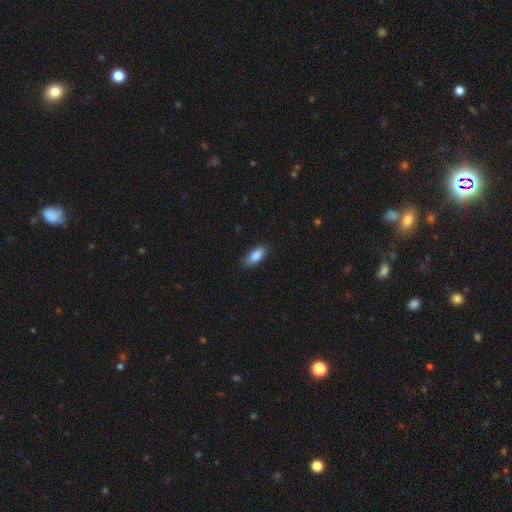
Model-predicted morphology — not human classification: smooth 86%, featured or disk 7%, star or artifact 7%. Down the decision tree: how rounded — in between (84%); merging — none (80%).